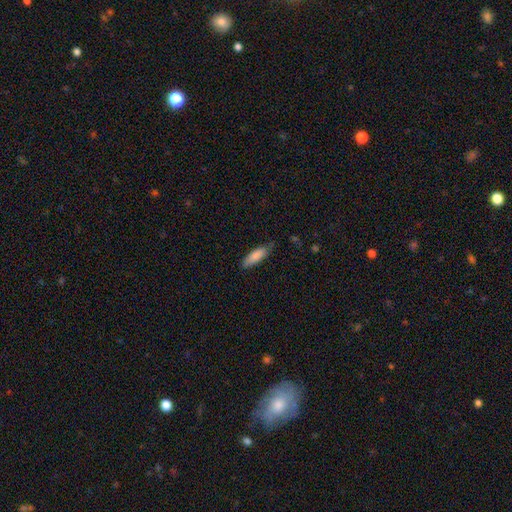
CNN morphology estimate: This appears to be a smooth galaxy with no disk features (85%) that is in between round and cigar-shaped (53%). Merging: none (74%).